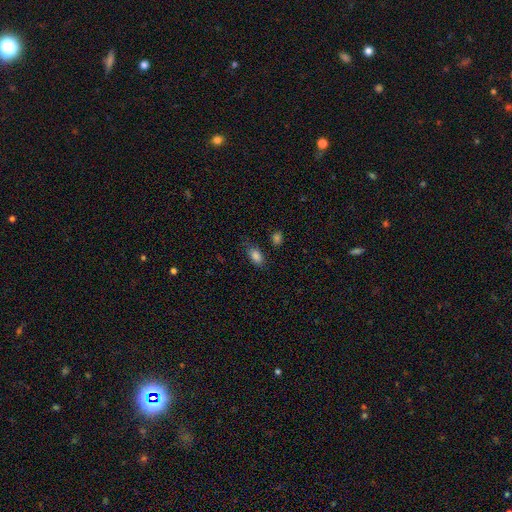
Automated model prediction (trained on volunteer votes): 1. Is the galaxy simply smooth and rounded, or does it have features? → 85% smooth, 10% star or artifact, 6% featured or disk.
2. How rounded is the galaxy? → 90% in between, 7% round, 4% cigar-shaped.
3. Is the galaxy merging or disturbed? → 75% none, 18% minor disturbance, 4% major disturbance, 3% merger.